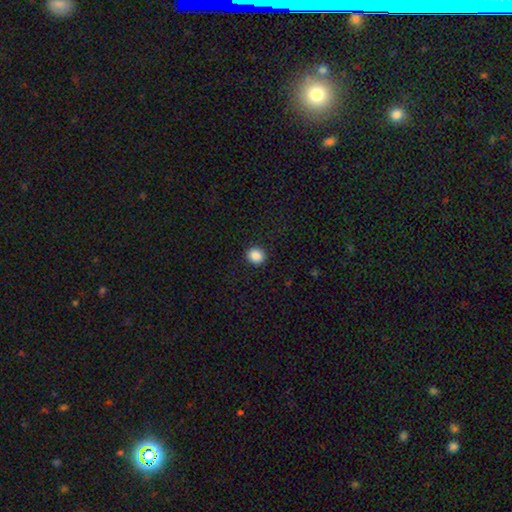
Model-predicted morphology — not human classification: This is clearly a smooth galaxy (88%). How rounded: clearly round (84%). Merging: clearly none (92%).